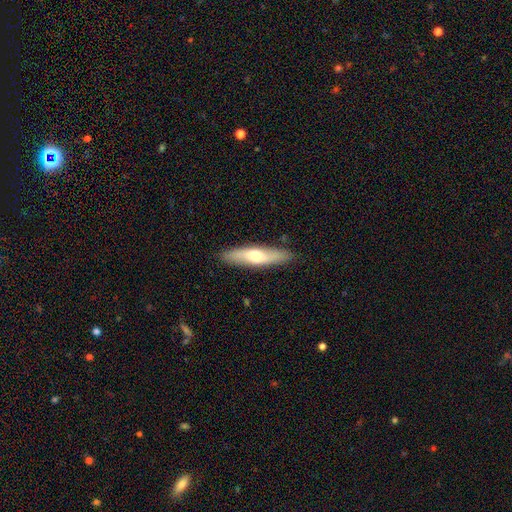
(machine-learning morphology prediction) smooth_or_featured: smooth (p=0.54) [alt: featured or disk p=0.40]
how_rounded: cigar-shaped (p=0.75) [alt: in between p=0.23]
merging: none (p=0.88) [alt: minor disturbance p=0.09]